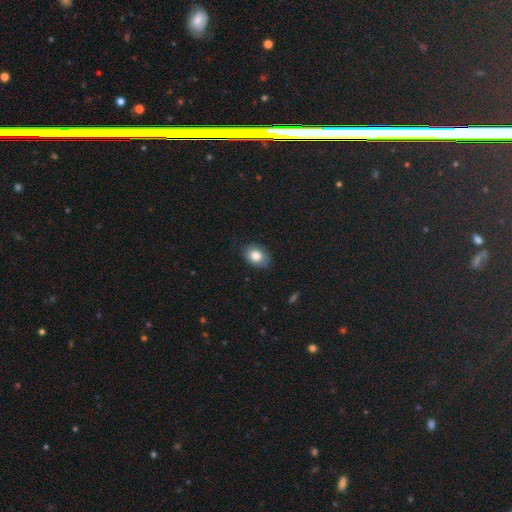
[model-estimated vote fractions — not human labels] A smooth galaxy with no disk features (80%) that is in between round and cigar-shaped (69%).

Vote fractions:
- Smooth or featured? smooth: 80% / featured or disk: 12% / star or artifact: 8%
- How rounded? in between: 69% / round: 30% / cigar-shaped: 1%
- Merging? none: 82% / minor disturbance: 14% / major disturbance: 3% / merger: 1%